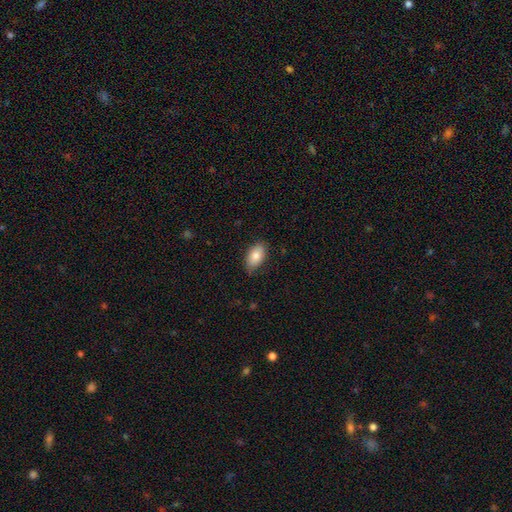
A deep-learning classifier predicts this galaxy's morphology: Smooth or featured? Predicted: smooth (p=0.82). How rounded? Predicted: in between (p=0.92). Merging? Predicted: none (p=0.80).